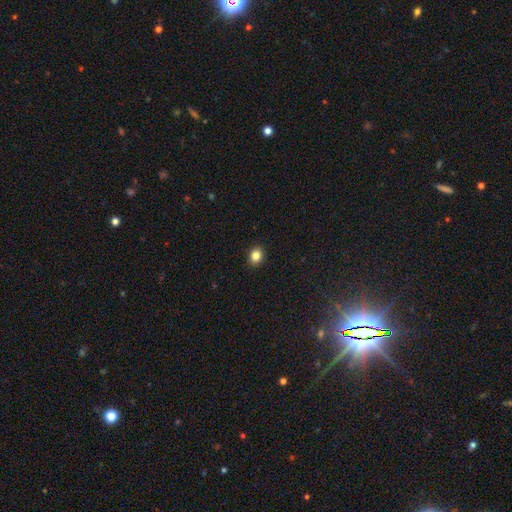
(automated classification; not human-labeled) This appears to be a smooth galaxy with no disk features (84%) that is round (50%). Merging: none (91%).